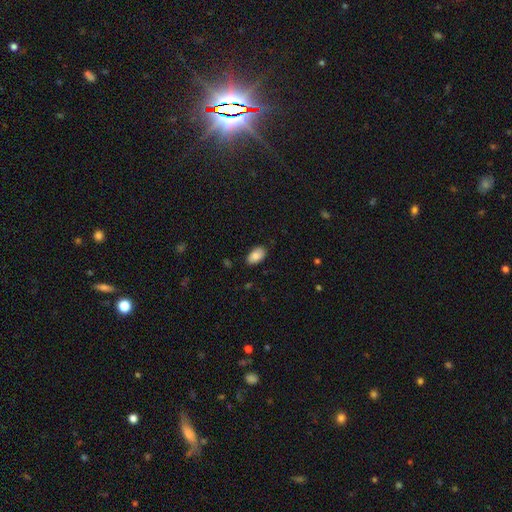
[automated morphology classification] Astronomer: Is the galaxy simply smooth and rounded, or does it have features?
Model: smooth — 87%.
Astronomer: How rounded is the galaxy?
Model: in between — 94%.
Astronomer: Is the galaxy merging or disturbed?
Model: none — 85%.